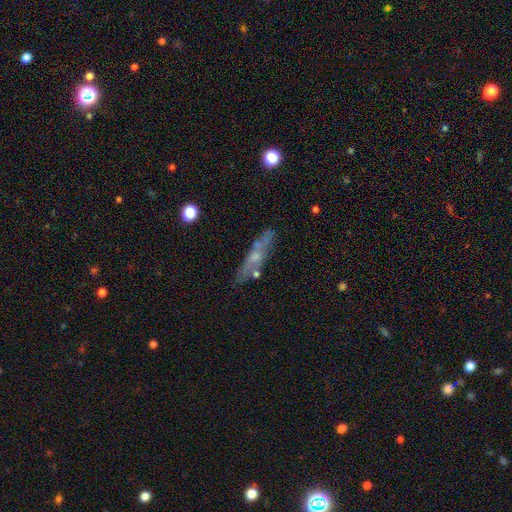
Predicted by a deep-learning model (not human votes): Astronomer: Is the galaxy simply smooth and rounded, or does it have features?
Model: featured or disk — 52% (runner-up: smooth, 39%).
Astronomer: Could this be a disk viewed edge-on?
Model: yes — 66%.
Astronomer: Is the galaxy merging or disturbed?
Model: none — 71%.